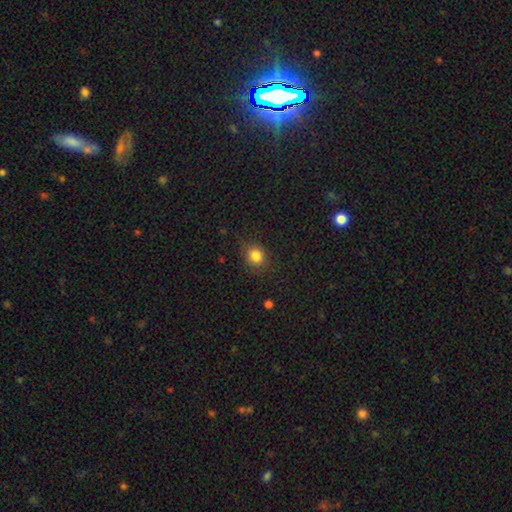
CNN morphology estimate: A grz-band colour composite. It shows a smooth galaxy with no disk features (84%) that is round (68%). Merging: none (81%).